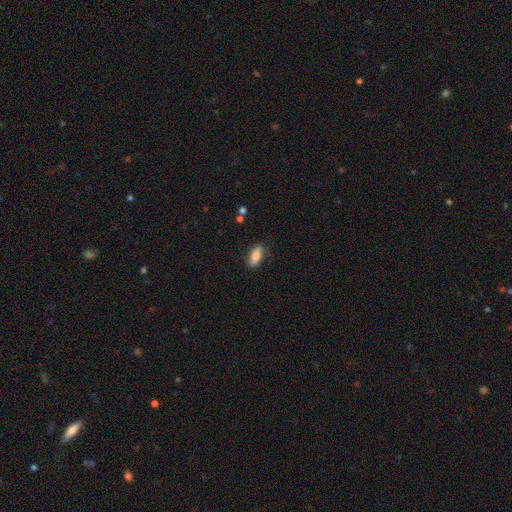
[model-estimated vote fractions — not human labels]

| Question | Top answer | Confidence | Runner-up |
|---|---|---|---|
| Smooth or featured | smooth | 85% | featured or disk (8%) |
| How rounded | in between | 78% | cigar-shaped (20%) |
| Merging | none | 81% | minor disturbance (14%) |